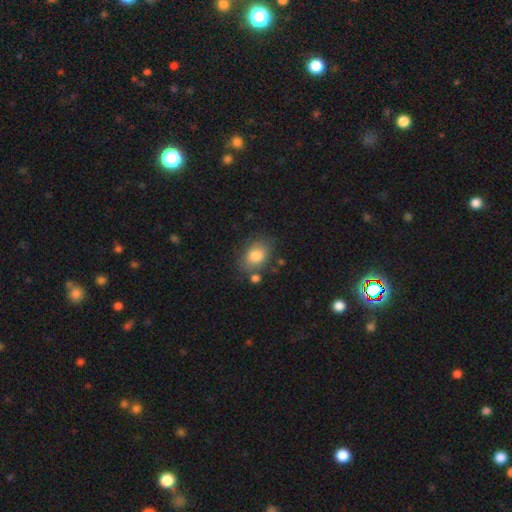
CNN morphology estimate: A smooth galaxy with no disk features (80%) that is in between round and cigar-shaped (72%).

Vote fractions:
- Smooth or featured? smooth: 80% / featured or disk: 12% / star or artifact: 8%
- How rounded? in between: 72% / round: 27% / cigar-shaped: 1%
- Merging? none: 68% / minor disturbance: 18% / merger: 8% / major disturbance: 6%